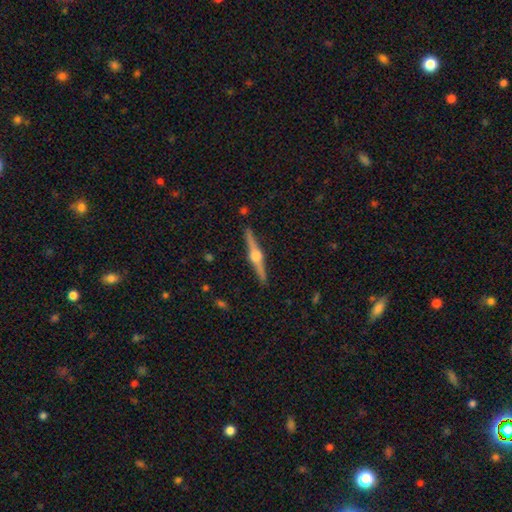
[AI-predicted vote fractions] Q: Smooth or featured?
A: featured or disk (84%); runner-up: smooth (10%)
Q: Edge-on disk?
A: yes (99%); runner-up: no (1%)
Q: Edge-on bulge?
A: rounded (95%); runner-up: boxy (3%)
Q: Merging?
A: none (92%); runner-up: minor disturbance (6%)